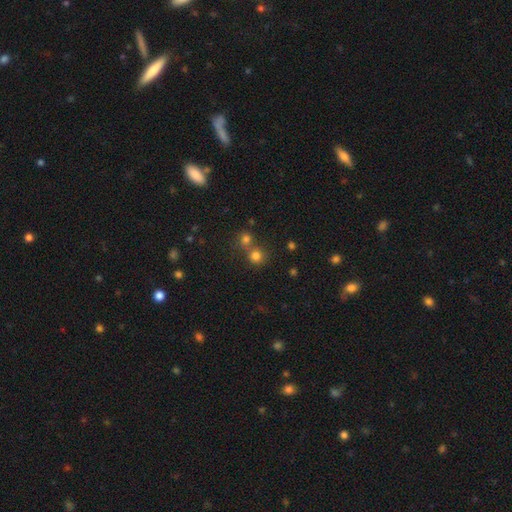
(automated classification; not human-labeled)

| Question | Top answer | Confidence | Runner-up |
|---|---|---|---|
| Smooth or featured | smooth | 77% | star or artifact (16%) |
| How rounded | round | 89% | in between (10%) |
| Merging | none | 56% | merger (35%) |